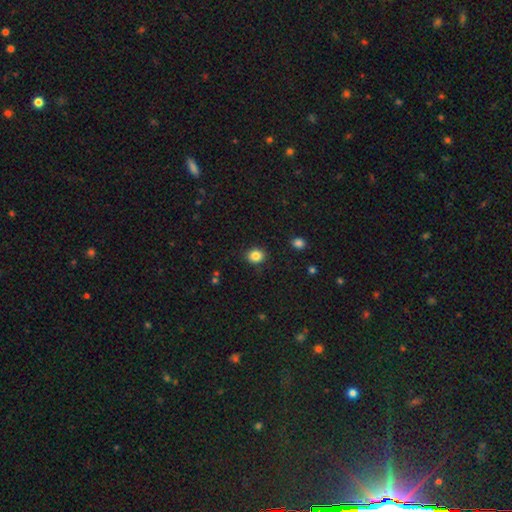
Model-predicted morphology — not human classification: Smooth or featured? Predicted: smooth (p=0.85). How rounded? Predicted: round (p=0.68). Merging? Predicted: none (p=0.87).